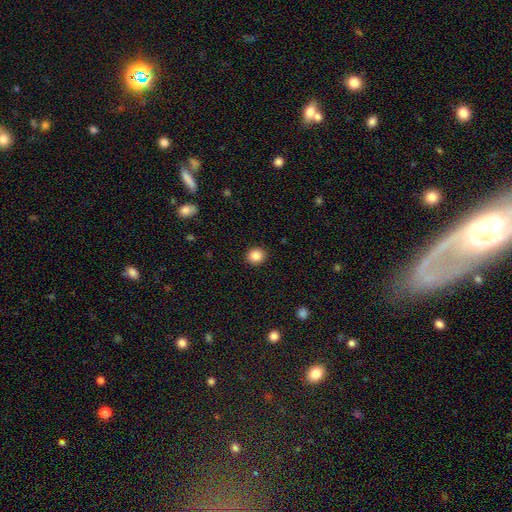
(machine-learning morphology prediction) Smooth or featured?
  - smooth: 86% *
  - star or artifact: 10%
  - featured or disk: 4%
How rounded?
  - round: 79% *
  - in between: 20%
  - cigar-shaped: 1%
Merging?
  - none: 91% *
  - minor disturbance: 6%
  - major disturbance: 2%
  - merger: 1%